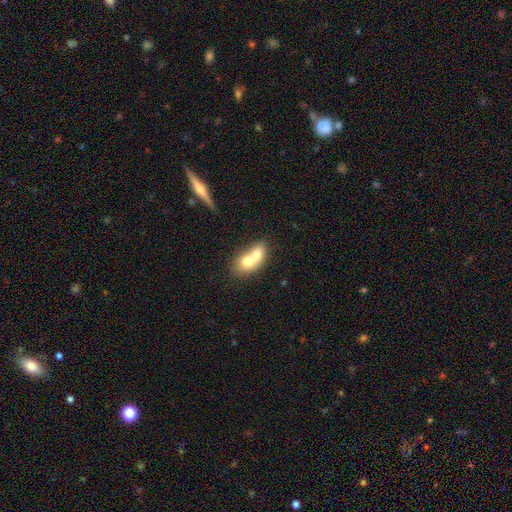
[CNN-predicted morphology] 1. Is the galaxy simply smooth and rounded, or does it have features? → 67% smooth, 26% featured or disk, 8% star or artifact.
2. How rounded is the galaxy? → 64% in between, 33% round, 3% cigar-shaped.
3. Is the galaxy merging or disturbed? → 74% merger, 17% none, 6% minor disturbance, 3% major disturbance.